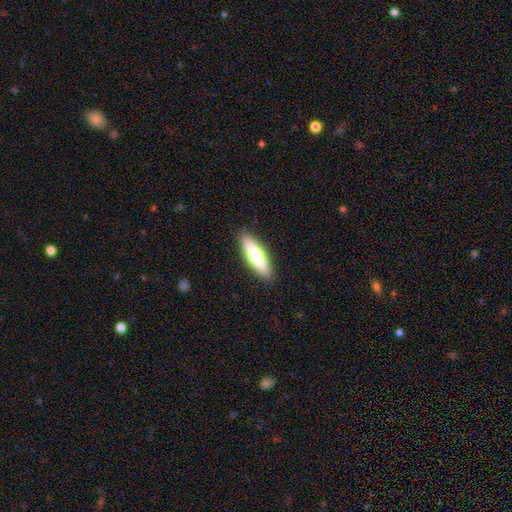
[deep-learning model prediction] Smooth or featured? smooth (54%)
How rounded? cigar-shaped (68%)
Merging? none (90%)